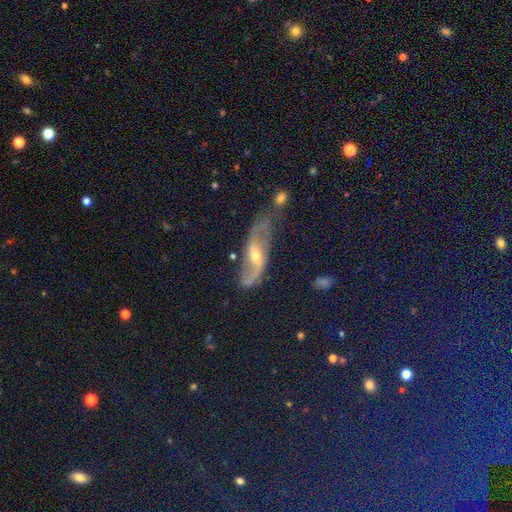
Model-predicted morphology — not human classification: Smooth or featured: featured or disk — 76% (smooth — 15%)
Edge-on disk: no — 87% (yes — 13%)
Bar: no — 45% (weak — 36%)
Spiral arms: yes — 86% (no — 14%)
Spiral winding: loose — 65% (medium — 24%)
Spiral arm count: 2 — 87% (can't tell — 6%)
Bulge size: small — 51% (moderate — 44%)
Merging: none — 43% (minor disturbance — 25%)